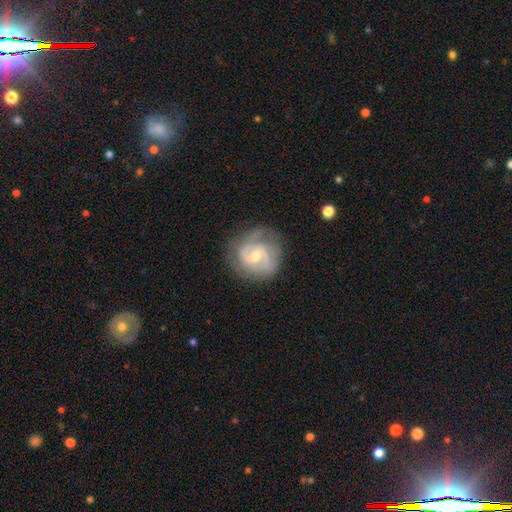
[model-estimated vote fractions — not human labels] Q: Smooth or featured?
A: featured or disk (81%); runner-up: smooth (13%)
Q: Edge-on disk?
A: no (98%); runner-up: yes (2%)
Q: Bar?
A: no (47%); runner-up: weak (43%)
Q: Spiral arms?
A: yes (94%); runner-up: no (6%)
Q: Spiral winding?
A: medium (48%); runner-up: tight (37%)
Q: Spiral arm count?
A: 2 (66%); runner-up: can't tell (14%)
Q: Bulge size?
A: small (51%); runner-up: moderate (45%)
Q: Merging?
A: none (72%); runner-up: minor disturbance (18%)